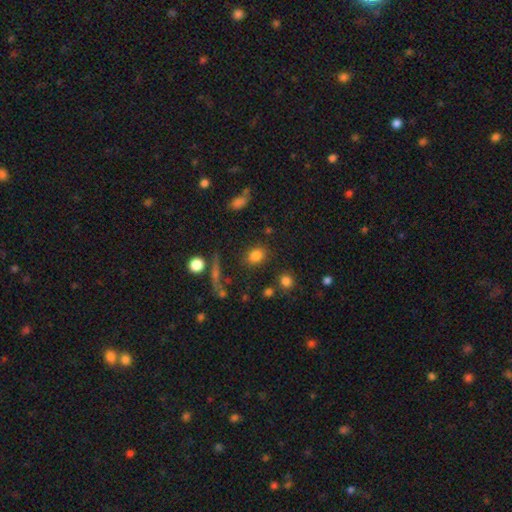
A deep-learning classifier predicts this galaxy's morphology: A smooth galaxy with no disk features (80%) that is round (50%).

Vote fractions:
- Smooth or featured? smooth: 80% / star or artifact: 12% / featured or disk: 7%
- How rounded? round: 50% / in between: 48% / cigar-shaped: 3%
- Merging? none: 80% / minor disturbance: 11% / merger: 5% / major disturbance: 4%